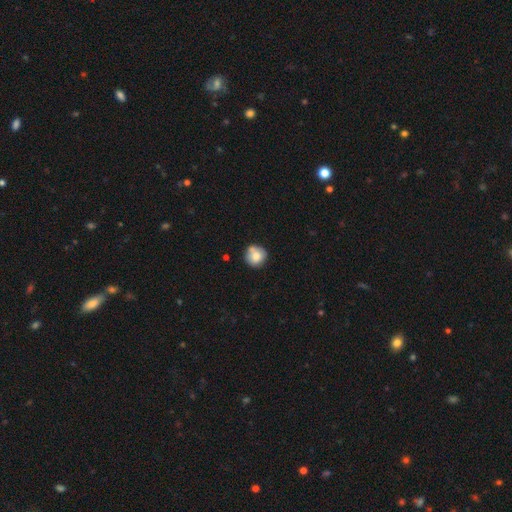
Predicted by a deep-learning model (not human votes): Smooth or featured? smooth (78%)
How rounded? round (90%)
Merging? none (66%)